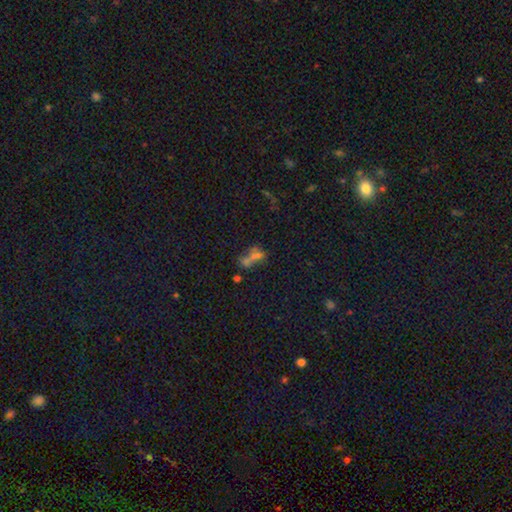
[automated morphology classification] The model was most divided on "smooth or featured": smooth: 47%, star or artifact: 30%, featured or disk: 22%. More confident: merging — merger (58%).